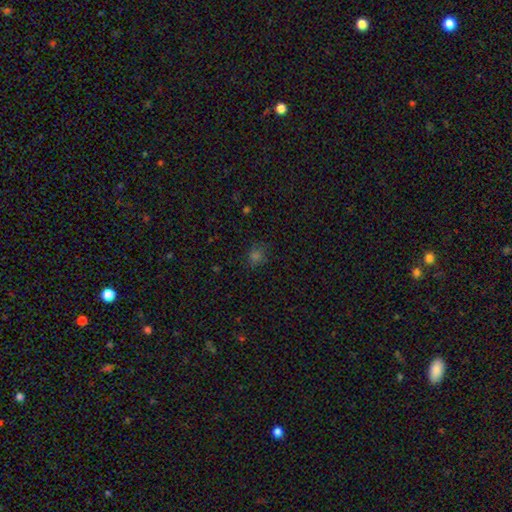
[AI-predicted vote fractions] Smooth or featured?
  - smooth: 68% *
  - star or artifact: 26%
  - featured or disk: 5%
How rounded?
  - round: 75% *
  - in between: 24%
  - cigar-shaped: 1%
Merging?
  - none: 83% *
  - minor disturbance: 12%
  - major disturbance: 4%
  - merger: 2%